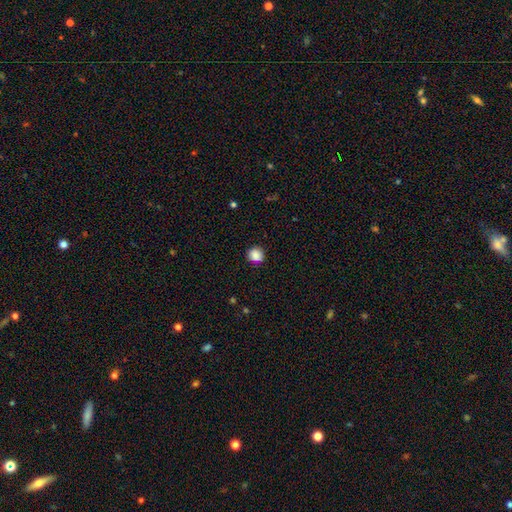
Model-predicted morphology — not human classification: This appears to be a smooth galaxy with no disk features (86%) that is round (86%). Merging: none (85%).